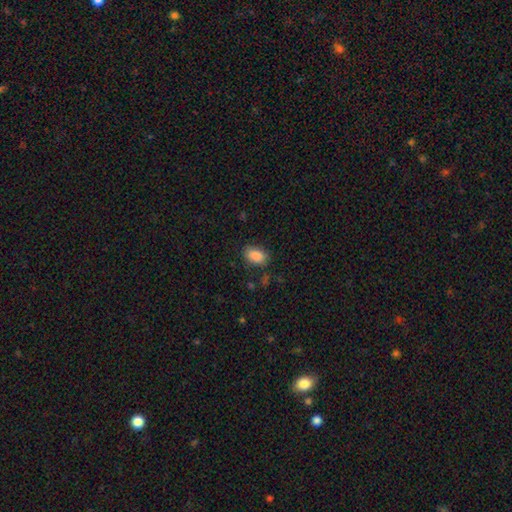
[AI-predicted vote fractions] Overall: smooth (88%). How rounded: in between (88%). Merging: none (82%).